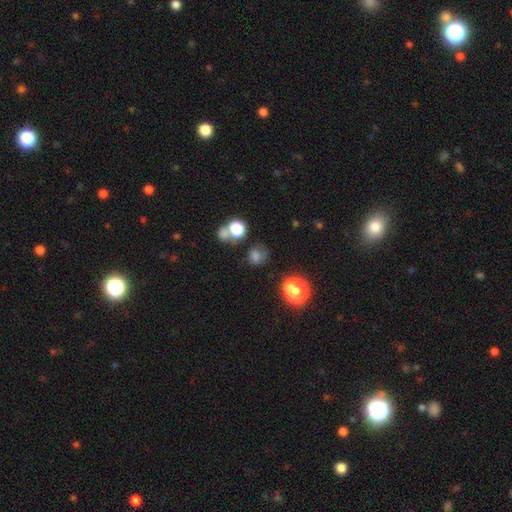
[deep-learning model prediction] Morphology: type=smooth (72%); roundness=round (72%); merging=none (58%).